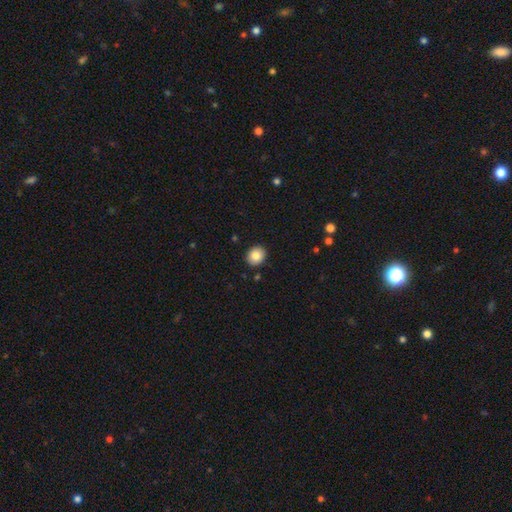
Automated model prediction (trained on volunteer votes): Smooth or featured?
  - smooth: 83% *
  - featured or disk: 9%
  - star or artifact: 8%
How rounded?
  - round: 71% *
  - in between: 28%
  - cigar-shaped: 1%
Merging?
  - none: 91% *
  - minor disturbance: 6%
  - major disturbance: 2%
  - merger: 1%